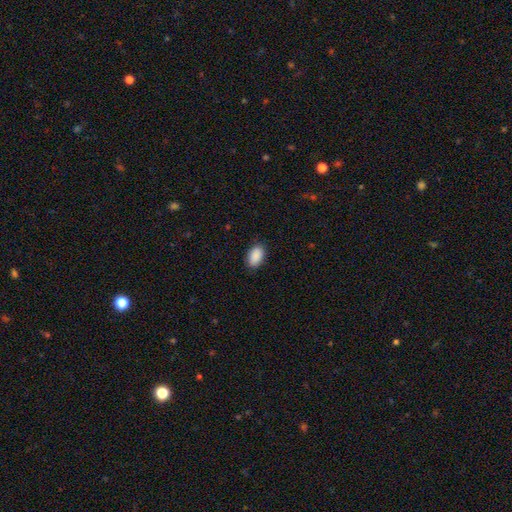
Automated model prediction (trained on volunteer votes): Smooth or featured: smooth — 91% (star or artifact — 6%)
How rounded: in between — 92% (round — 6%)
Merging: none — 86% (minor disturbance — 10%)